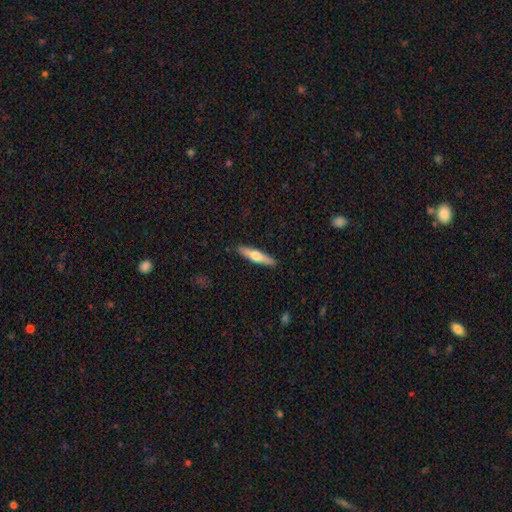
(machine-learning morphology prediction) A smooth galaxy with no disk features (48%). Merging: none (90%).